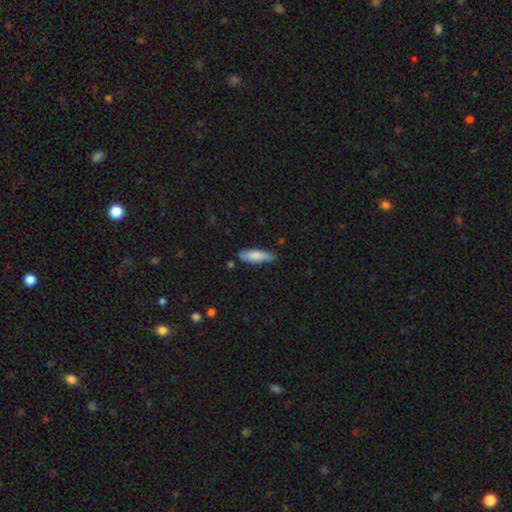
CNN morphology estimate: Smooth or featured? Predicted: smooth (p=0.81). How rounded? Predicted: cigar-shaped (p=0.51). Merging? Predicted: none (p=0.74).